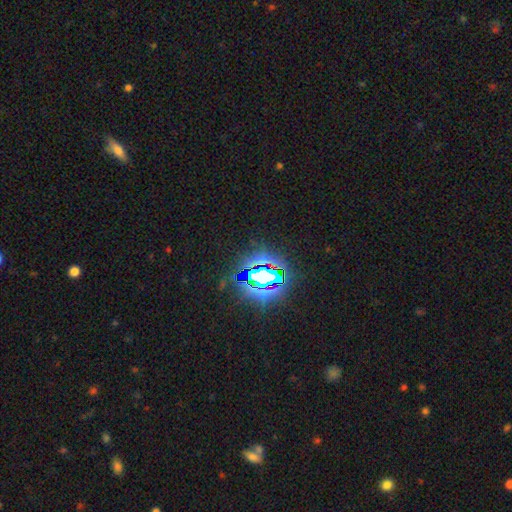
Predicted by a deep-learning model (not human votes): Smooth or featured: star or artifact — 83% (smooth — 10%)